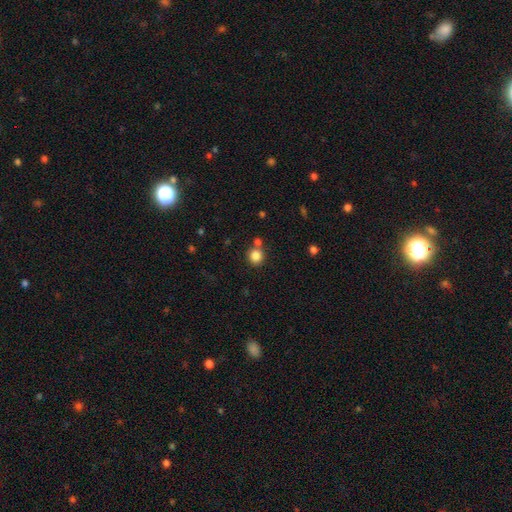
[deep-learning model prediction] The model was most divided on "merging": none: 70%, merger: 18%, minor disturbance: 8%, major disturbance: 3%. More confident: how rounded — round (88%); smooth or featured — smooth (84%).